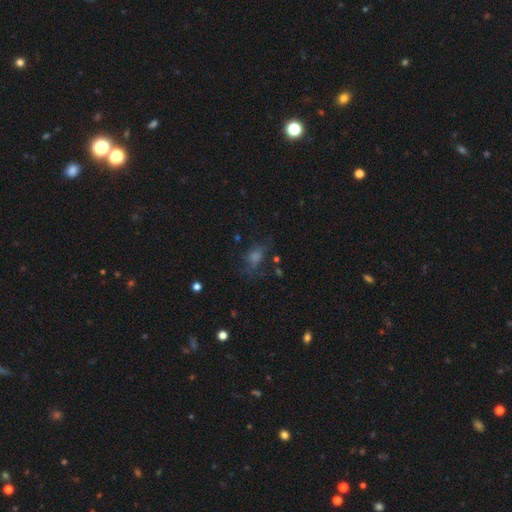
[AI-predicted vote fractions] smooth_or_featured: smooth (p=0.47) [alt: star or artifact p=0.30]
merging: none (p=0.53) [alt: major disturbance p=0.23]